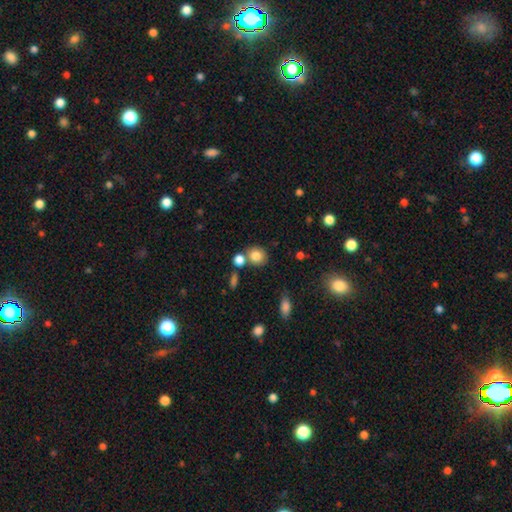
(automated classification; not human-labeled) A smooth galaxy with no disk features (83%) that is round (73%).

Vote fractions:
- Smooth or featured? smooth: 83% / star or artifact: 10% / featured or disk: 8%
- How rounded? round: 73% / in between: 25% / cigar-shaped: 1%
- Merging? none: 64% / merger: 21% / minor disturbance: 12% / major disturbance: 4%